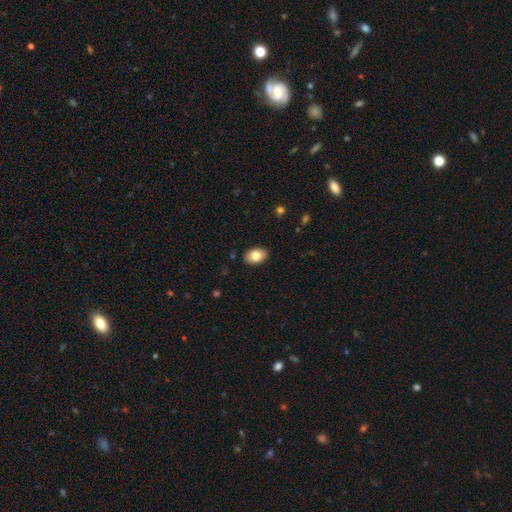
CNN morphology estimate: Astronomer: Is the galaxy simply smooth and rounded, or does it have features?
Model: smooth — 81%.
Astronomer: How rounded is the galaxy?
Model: in between — 87%.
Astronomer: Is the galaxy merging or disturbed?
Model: none — 88%.